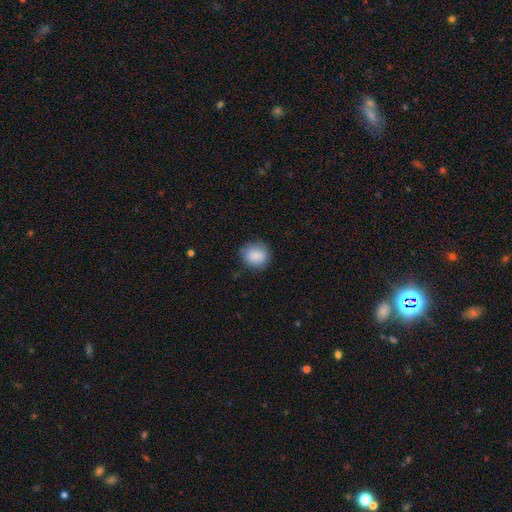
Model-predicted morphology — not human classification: smooth 85%, star or artifact 8%, featured or disk 7%. Down the decision tree: how rounded — round (78%); merging — none (78%).